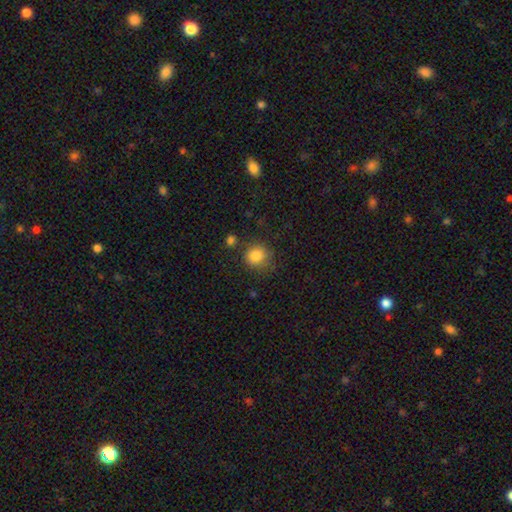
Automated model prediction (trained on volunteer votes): The model was most divided on "merging": none: 75%, minor disturbance: 15%, merger: 5%, major disturbance: 5%. More confident: how rounded — round (87%); smooth or featured — smooth (85%).